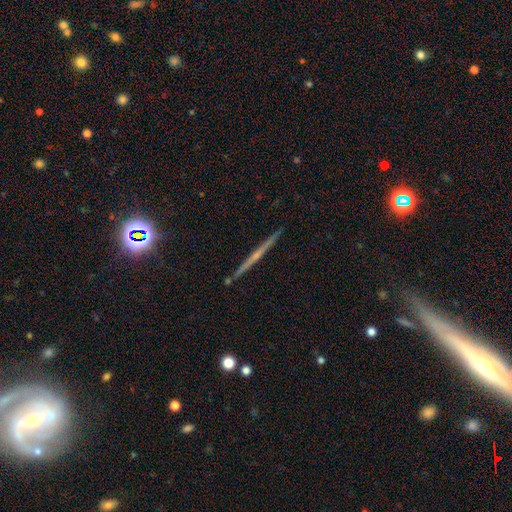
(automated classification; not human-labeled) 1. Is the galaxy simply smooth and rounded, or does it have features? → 70% featured or disk, 20% smooth, 11% star or artifact.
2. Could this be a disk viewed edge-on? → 98% yes, 2% no.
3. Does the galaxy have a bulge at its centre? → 54% none, 39% rounded, 7% boxy.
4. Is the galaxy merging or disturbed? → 92% none, 5% minor disturbance, 1% merger, 1% major disturbance.